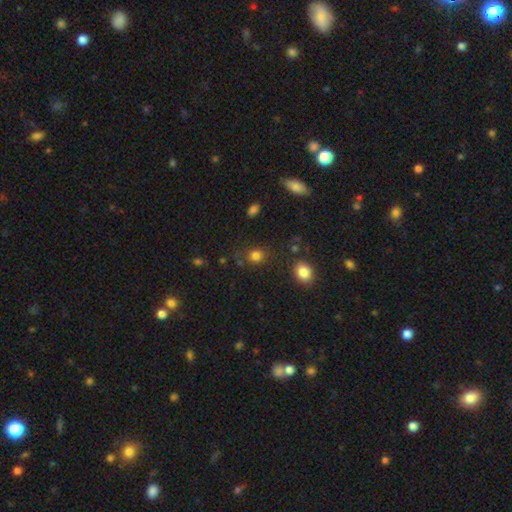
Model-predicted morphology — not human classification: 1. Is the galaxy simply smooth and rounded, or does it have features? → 81% smooth, 14% star or artifact, 5% featured or disk.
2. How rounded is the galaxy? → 74% round, 25% in between, 1% cigar-shaped.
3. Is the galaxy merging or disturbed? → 79% none, 12% minor disturbance, 5% major disturbance, 4% merger.